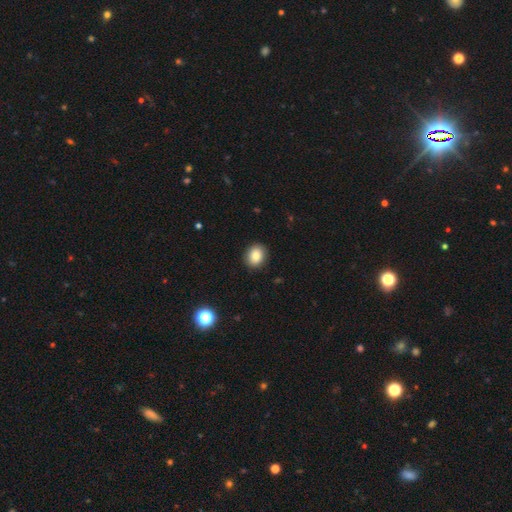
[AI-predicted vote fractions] A smooth galaxy with no disk features (82%) that is round (61%).

Vote fractions:
- Smooth or featured? smooth: 82% / star or artifact: 9% / featured or disk: 8%
- How rounded? round: 61% / in between: 38% / cigar-shaped: 1%
- Merging? none: 89% / minor disturbance: 8% / major disturbance: 2% / merger: 1%